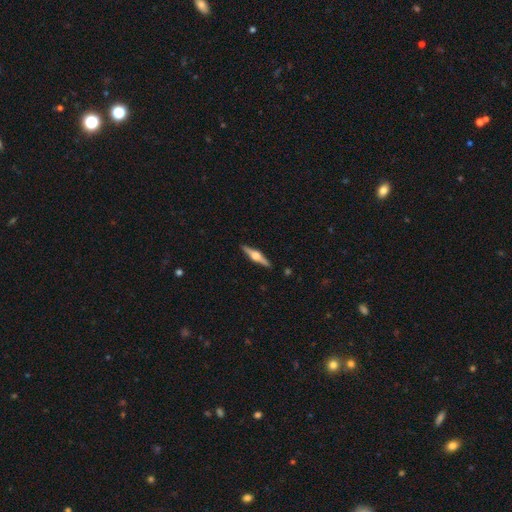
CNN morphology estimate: smooth_or_featured: featured or disk (p=0.76) [alt: smooth p=0.18]
disk_edge_on: yes (p=0.98) [alt: no p=0.02]
edge_on_bulge: rounded (p=0.93) [alt: boxy p=0.05]
merging: none (p=0.91) [alt: minor disturbance p=0.07]